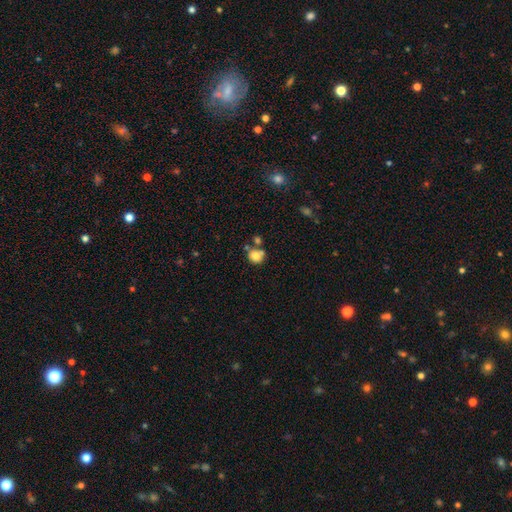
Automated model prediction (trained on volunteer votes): Smooth or featured? Predicted: smooth (p=0.78). How rounded? Predicted: round (p=0.77). Merging? Predicted: none (p=0.53).